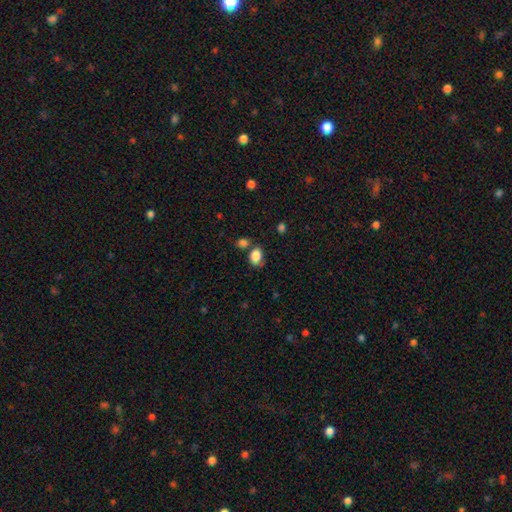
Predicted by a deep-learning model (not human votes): smooth 86%, star or artifact 9%, featured or disk 5%. Down the decision tree: how rounded — in between (81%); merging — none (63%).